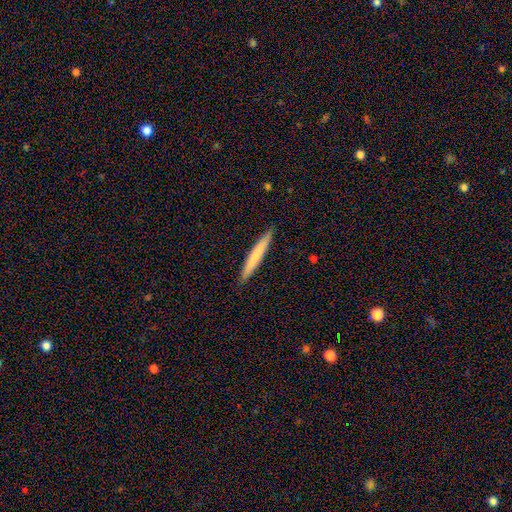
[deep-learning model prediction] smooth 72%, featured or disk 23%, star or artifact 5%. Down the decision tree: how rounded — cigar-shaped (96%); merging — none (91%).